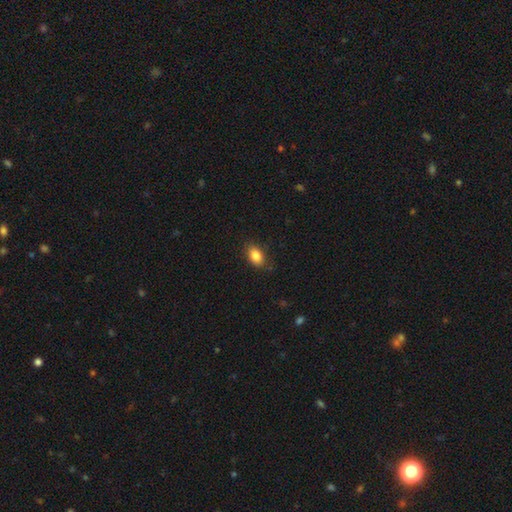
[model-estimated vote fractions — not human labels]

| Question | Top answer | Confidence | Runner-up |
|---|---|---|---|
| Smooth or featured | smooth | 86% | star or artifact (8%) |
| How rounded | in between | 86% | round (12%) |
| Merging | none | 83% | minor disturbance (13%) |